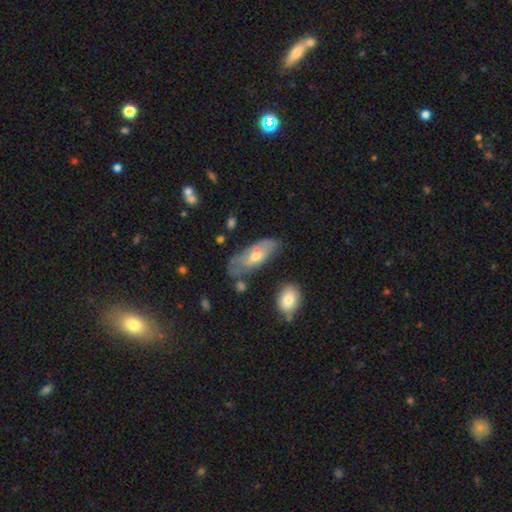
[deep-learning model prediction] A smooth galaxy with no disk features (48%).

Vote fractions:
- Smooth or featured? smooth: 48% / featured or disk: 45% / star or artifact: 7%
- Merging? none: 52% / minor disturbance: 29% / major disturbance: 11% / merger: 8%